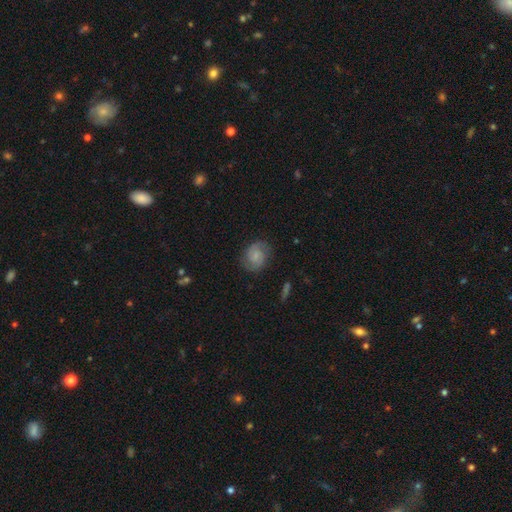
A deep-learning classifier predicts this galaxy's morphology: smooth-or-featured: featured or disk: 65% | smooth: 27% | star or artifact: 8%
  disk-edge-on: no: 98% | yes: 2%
    bar: no: 48% | weak: 44% | strong: 8%
    has-spiral-arms: yes: 94% | no: 6%
      spiral-winding: medium: 47% | tight: 37% | loose: 16%
      spiral-arm-count: 2: 88% | can't tell: 6% | 1: 2% | 3: 2% | 4: 1% | more than 4: 1%
    bulge-size: none: 43% | small: 32% | moderate: 19% | large: 4% | dominant: 1%
  merging: none: 80% | minor disturbance: 14% | major disturbance: 5% | merger: 1%